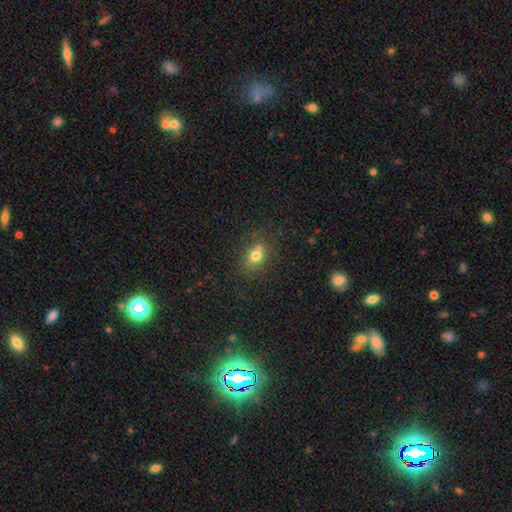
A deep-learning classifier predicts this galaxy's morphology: smooth-or-featured: smooth: 73% | star or artifact: 15% | featured or disk: 12%
  how-rounded: in between: 61% | round: 37% | cigar-shaped: 3%
  merging: none: 71% | minor disturbance: 15% | merger: 10% | major disturbance: 5%